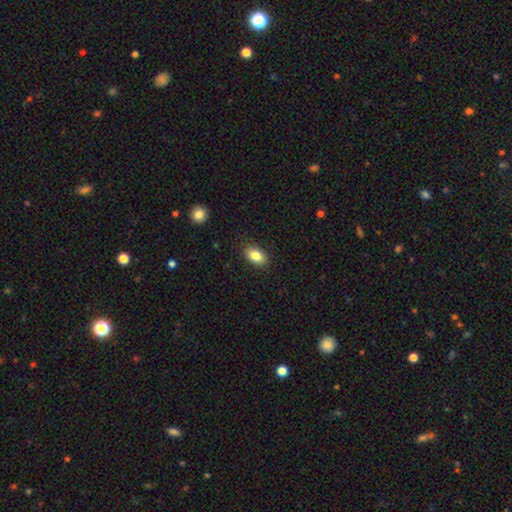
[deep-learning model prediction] This is clearly a smooth galaxy (84%). How rounded: clearly in between (89%). Merging: clearly none (88%).